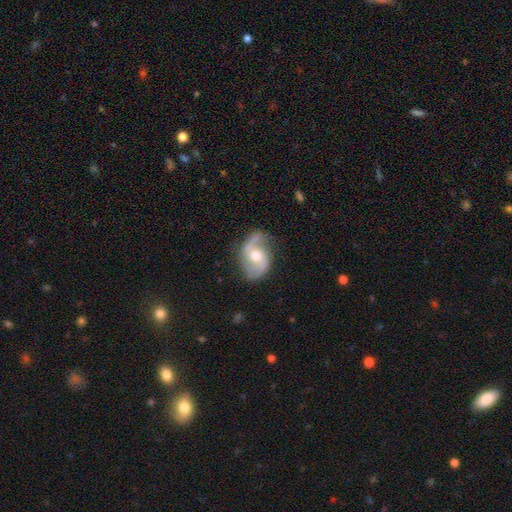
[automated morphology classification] featured or disk 86%, smooth 9%, star or artifact 5%. Down the decision tree: edge-on disk — no (97%); bar — no (51%); spiral arms — yes (96%); spiral arm count — 2 (92%); spiral winding — medium (50%); bulge size — moderate (73%); merging — none (75%).